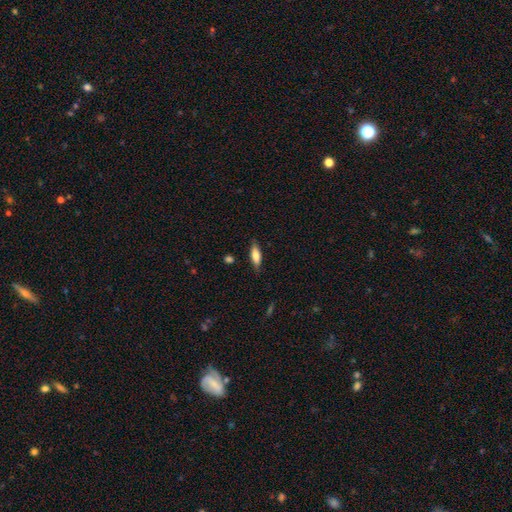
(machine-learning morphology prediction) Q: Smooth or featured?
A: smooth (69%); runner-up: featured or disk (24%)
Q: How rounded?
A: in between (52%); runner-up: cigar-shaped (46%)
Q: Merging?
A: none (83%); runner-up: minor disturbance (13%)